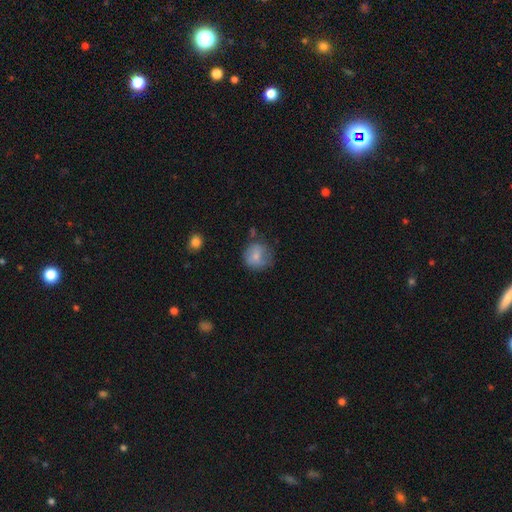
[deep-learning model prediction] smooth 74%, featured or disk 18%, star or artifact 9%. Down the decision tree: how rounded — round (83%); merging — none (60%).